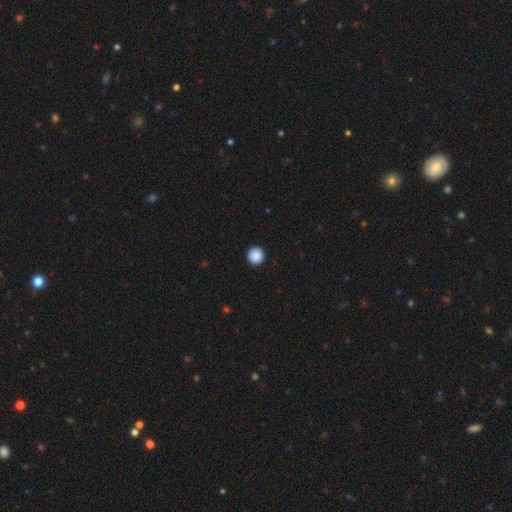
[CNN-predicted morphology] Overall: smooth (89%). How rounded: round (96%). Merging: none (93%).